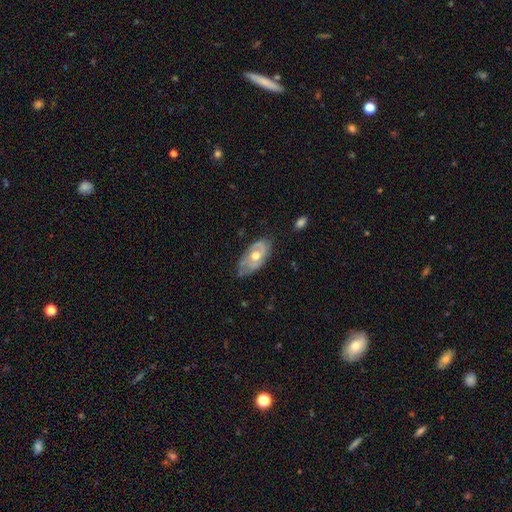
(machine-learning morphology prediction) Smooth or featured?
  - featured or disk: 60% *
  - smooth: 34%
  - star or artifact: 6%
Edge-on disk?
  - no: 90% *
  - yes: 10%
Bar?
  - no: 81% *
  - weak: 16%
  - strong: 3%
Spiral arms?
  - yes: 57% *
  - no: 43%
Bulge size?
  - moderate: 76% *
  - large: 13%
  - small: 10%
  - none: 1%
  - dominant: 1%
Merging?
  - none: 56% *
  - minor disturbance: 33%
  - major disturbance: 10%
  - merger: 2%